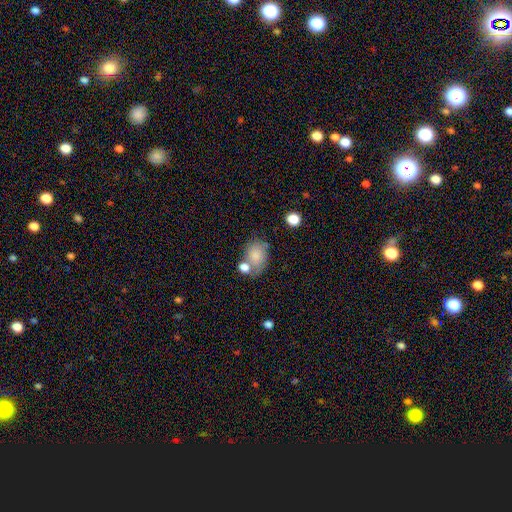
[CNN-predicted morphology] smooth_or_featured: smooth (p=0.79) [alt: featured or disk p=0.12]
how_rounded: in between (p=0.69) [alt: round p=0.29]
merging: none (p=0.47) [alt: merger p=0.27]